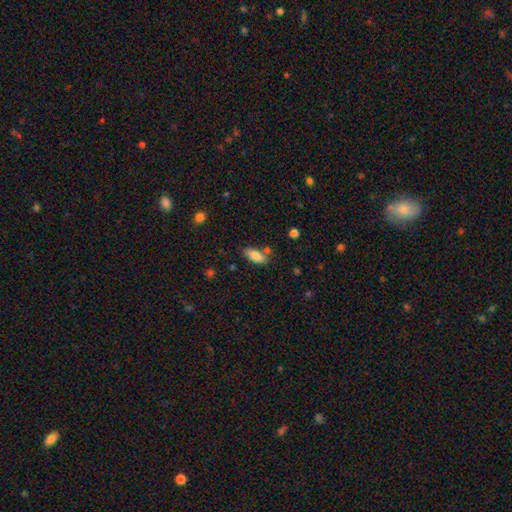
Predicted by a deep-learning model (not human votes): smooth-or-featured: smooth: 83% | featured or disk: 10% | star or artifact: 7%
  how-rounded: in between: 82% | cigar-shaped: 15% | round: 2%
  merging: none: 75% | minor disturbance: 14% | merger: 8% | major disturbance: 3%